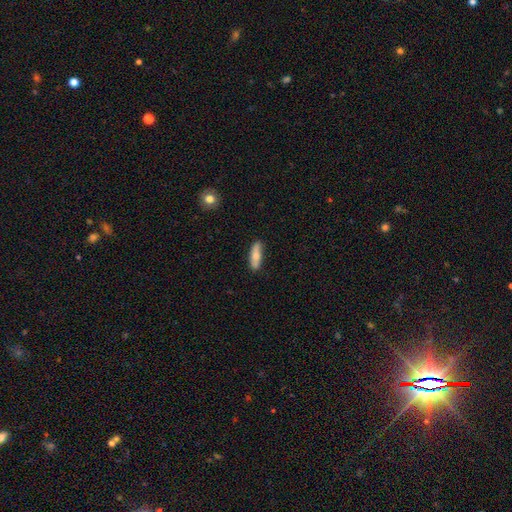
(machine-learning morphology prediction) A smooth galaxy with no disk features (71%) that is cigar-shaped (55%).

Vote fractions:
- Smooth or featured? smooth: 71% / featured or disk: 24% / star or artifact: 6%
- How rounded? cigar-shaped: 55% / in between: 43% / round: 2%
- Merging? none: 84% / minor disturbance: 13% / major disturbance: 2% / merger: 1%